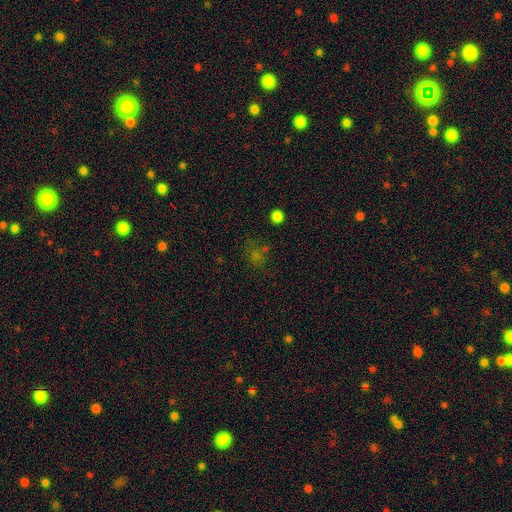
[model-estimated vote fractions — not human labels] Smooth or featured: smooth — 45% (star or artifact — 43%)
Merging: none — 67% (minor disturbance — 15%)